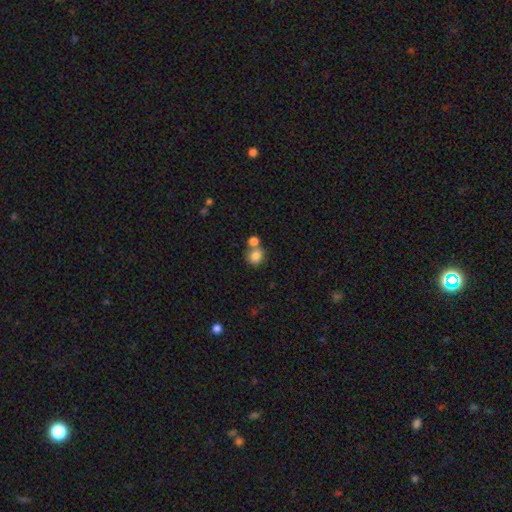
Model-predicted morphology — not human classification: Q: Smooth or featured?
A: smooth (83%); runner-up: star or artifact (10%)
Q: How rounded?
A: round (76%); runner-up: in between (23%)
Q: Merging?
A: none (49%); runner-up: merger (37%)